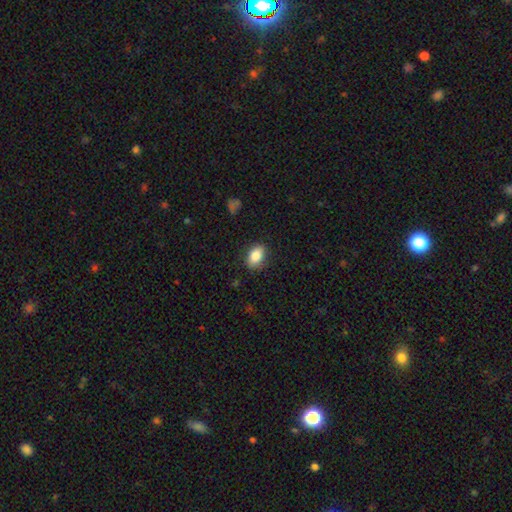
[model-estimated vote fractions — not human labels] smooth 84%, featured or disk 9%, star or artifact 8%. Down the decision tree: how rounded — in between (86%); merging — none (86%).